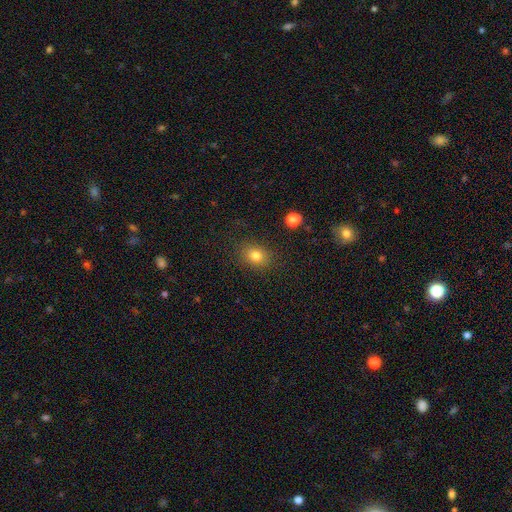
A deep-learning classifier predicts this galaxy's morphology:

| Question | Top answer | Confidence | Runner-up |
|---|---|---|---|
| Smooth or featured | smooth | 80% | star or artifact (12%) |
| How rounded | in between | 51% | round (48%) |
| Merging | none | 85% | minor disturbance (10%) |